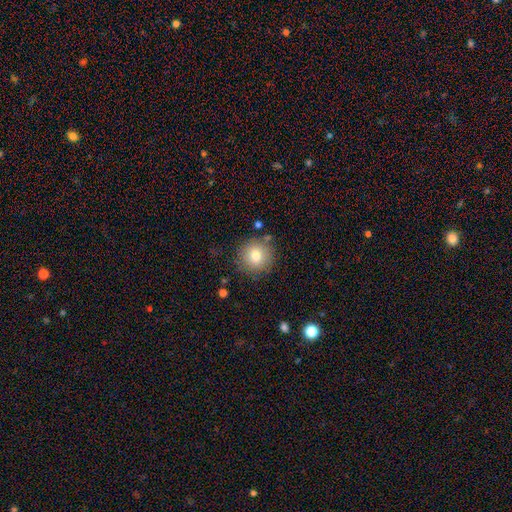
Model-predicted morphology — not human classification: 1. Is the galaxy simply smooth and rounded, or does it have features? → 78% smooth, 11% featured or disk, 11% star or artifact.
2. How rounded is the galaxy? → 94% round, 5% in between, 1% cigar-shaped.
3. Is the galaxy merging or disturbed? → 84% none, 10% minor disturbance, 3% major disturbance, 3% merger.